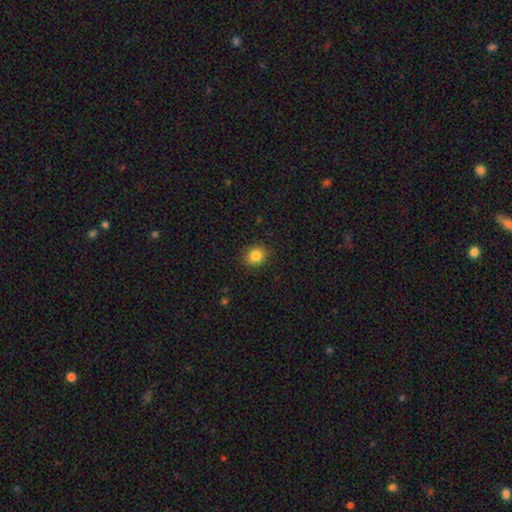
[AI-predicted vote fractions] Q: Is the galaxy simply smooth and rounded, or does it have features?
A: smooth — 85%.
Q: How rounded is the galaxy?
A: round — 73%.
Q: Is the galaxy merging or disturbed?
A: none — 89%.